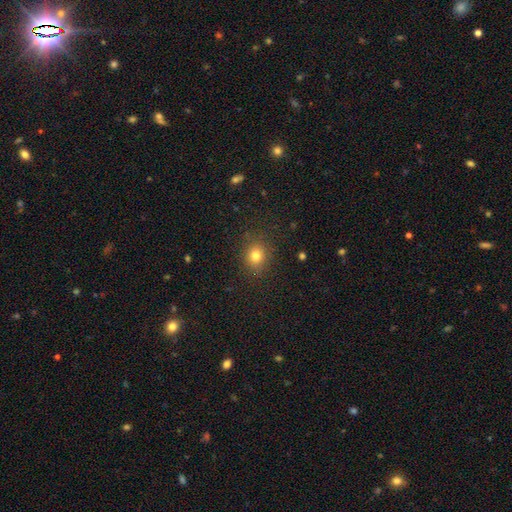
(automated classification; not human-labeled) Q: Smooth or featured?
A: smooth (79%); runner-up: star or artifact (14%)
Q: How rounded?
A: round (73%); runner-up: in between (26%)
Q: Merging?
A: none (86%); runner-up: minor disturbance (9%)